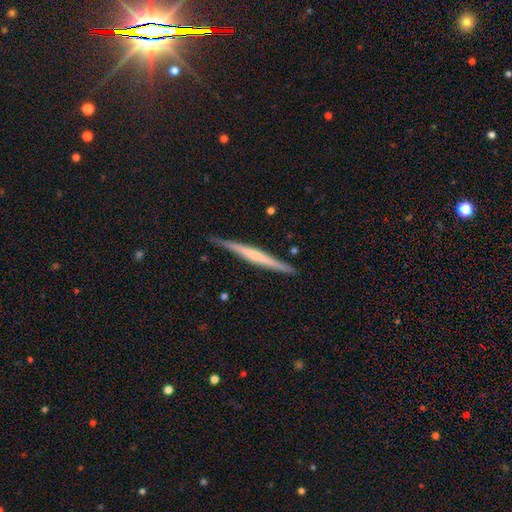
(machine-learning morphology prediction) A featured or disk galaxy (59%) viewed edge-on (98%) with no central bulge (63%).

Vote fractions:
- Smooth or featured? featured or disk: 59% / smooth: 36% / star or artifact: 5%
- Edge-on disk? yes: 98% / no: 2%
- Edge-on bulge? none: 63% / rounded: 22% / boxy: 14%
- Merging? none: 87% / minor disturbance: 10% / major disturbance: 2% / merger: 1%